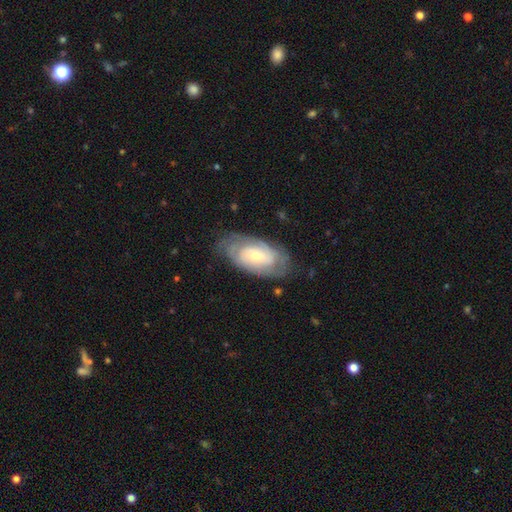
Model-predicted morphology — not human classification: Smooth or featured?
  - featured or disk: 69% *
  - smooth: 25%
  - star or artifact: 6%
Edge-on disk?
  - no: 94% *
  - yes: 6%
Bar?
  - no: 51% *
  - weak: 39%
  - strong: 10%
Spiral arms?
  - yes: 86% *
  - no: 14%
Spiral winding?
  - tight: 60% *
  - medium: 31%
  - loose: 9%
Spiral arm count?
  - can't tell: 45% *
  - 2: 35%
  - 3: 9%
  - 4: 4%
  - 1: 3%
  - more than 4: 3%
Bulge size?
  - small: 51% *
  - moderate: 42%
  - large: 4%
  - none: 2%
  - dominant: 1%
Merging?
  - none: 70% *
  - minor disturbance: 22%
  - major disturbance: 7%
  - merger: 1%